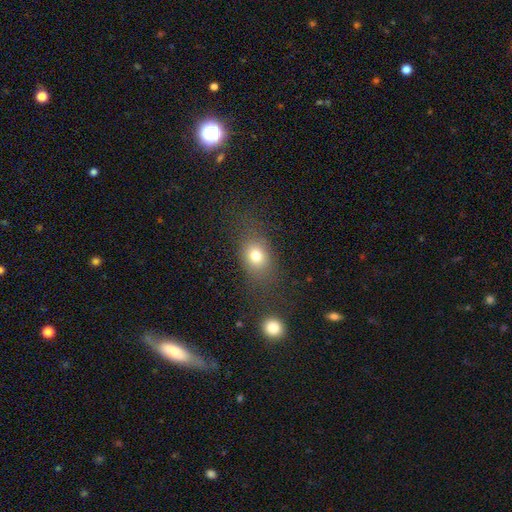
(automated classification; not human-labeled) This appears to be a smooth galaxy with no disk features (76%) that is in between round and cigar-shaped (59%). Merging: none (68%).